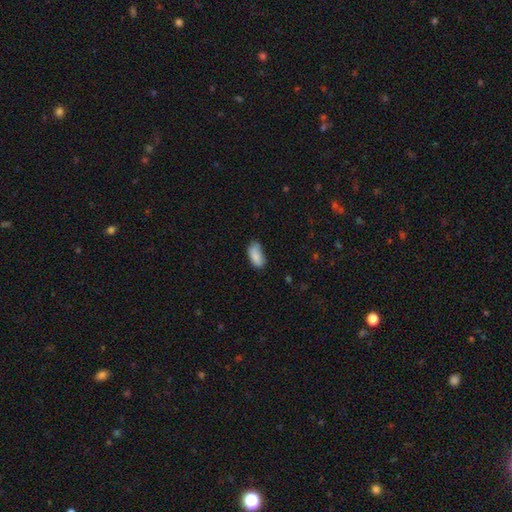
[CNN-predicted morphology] Smooth or featured? Predicted: smooth (p=0.85). How rounded? Predicted: in between (p=0.90). Merging? Predicted: none (p=0.58).